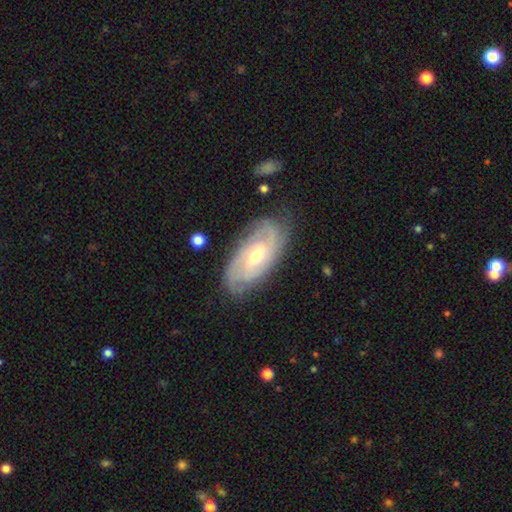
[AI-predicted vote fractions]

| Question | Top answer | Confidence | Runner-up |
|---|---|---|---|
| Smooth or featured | featured or disk | 83% | smooth (12%) |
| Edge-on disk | no | 93% | yes (7%) |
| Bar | weak | 46% | no (41%) |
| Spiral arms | yes | 94% | no (6%) |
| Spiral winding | tight | 67% | medium (27%) |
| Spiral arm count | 2 | 35% | can't tell (31%) |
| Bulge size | moderate | 64% | small (30%) |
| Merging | none | 78% | minor disturbance (16%) |